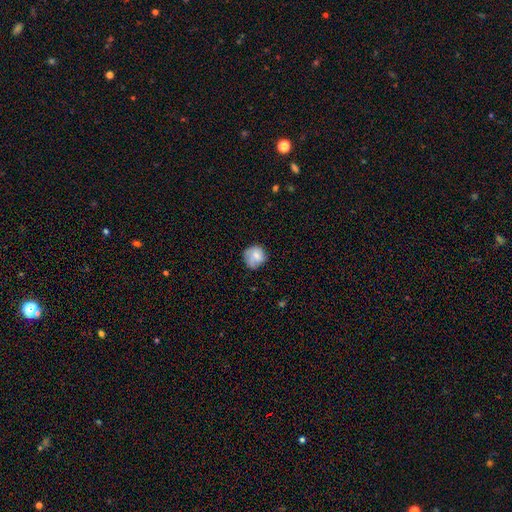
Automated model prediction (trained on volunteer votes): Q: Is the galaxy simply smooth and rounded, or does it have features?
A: smooth — 70%.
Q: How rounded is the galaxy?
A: round — 84%.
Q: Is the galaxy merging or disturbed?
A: none — 65%.